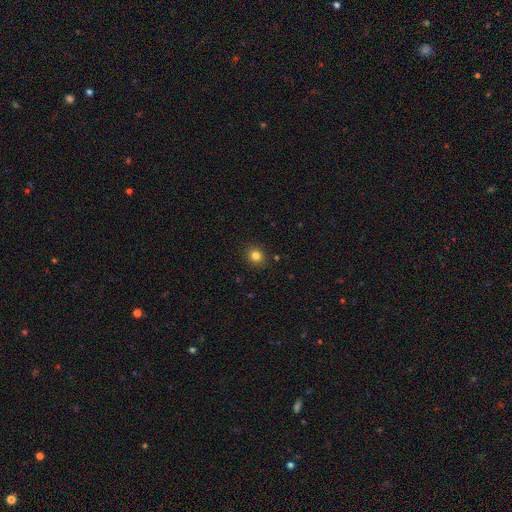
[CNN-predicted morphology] A smooth galaxy with no disk features (82%) that is round (78%).

Vote fractions:
- Smooth or featured? smooth: 82% / star or artifact: 13% / featured or disk: 6%
- How rounded? round: 78% / in between: 21% / cigar-shaped: 1%
- Merging? none: 90% / minor disturbance: 7% / major disturbance: 2% / merger: 1%